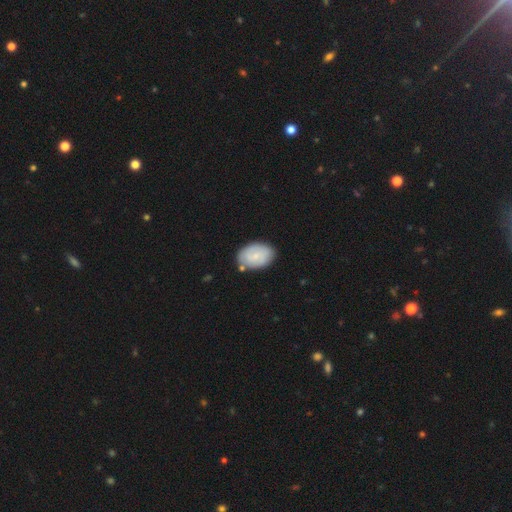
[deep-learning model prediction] A smooth galaxy with no disk features (56%) that is in between round and cigar-shaped (84%).

Vote fractions:
- Smooth or featured? smooth: 56% / featured or disk: 38% / star or artifact: 6%
- How rounded? in between: 84% / round: 15% / cigar-shaped: 1%
- Merging? none: 77% / minor disturbance: 15% / merger: 4% / major disturbance: 3%